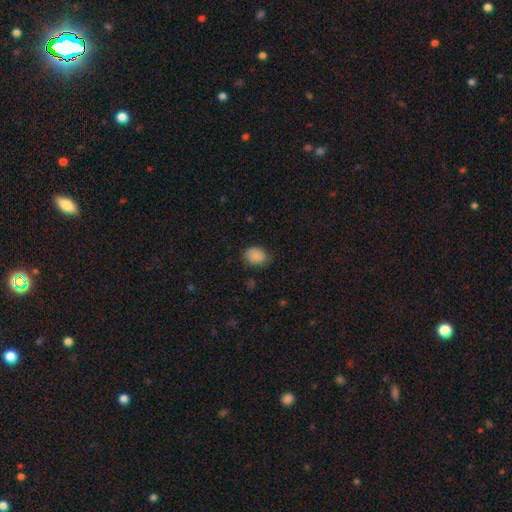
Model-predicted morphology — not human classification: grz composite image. It shows a smooth galaxy with no disk features (85%) that is in between round and cigar-shaped (61%). Merging: none (70%).